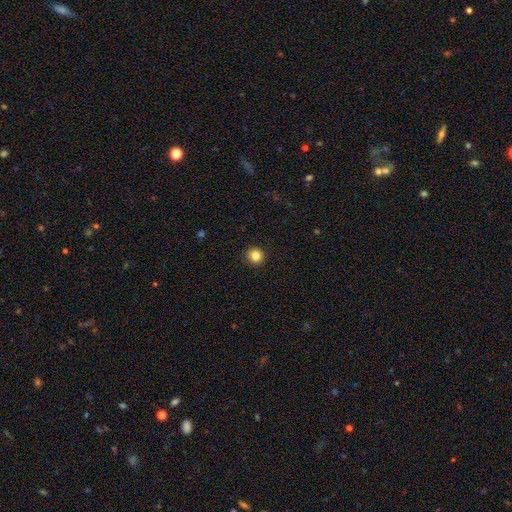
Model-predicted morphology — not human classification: Smooth or featured?
  - smooth: 84% *
  - star or artifact: 11%
  - featured or disk: 5%
How rounded?
  - round: 94% *
  - in between: 5%
  - cigar-shaped: 1%
Merging?
  - none: 93% *
  - minor disturbance: 5%
  - major disturbance: 2%
  - merger: 1%